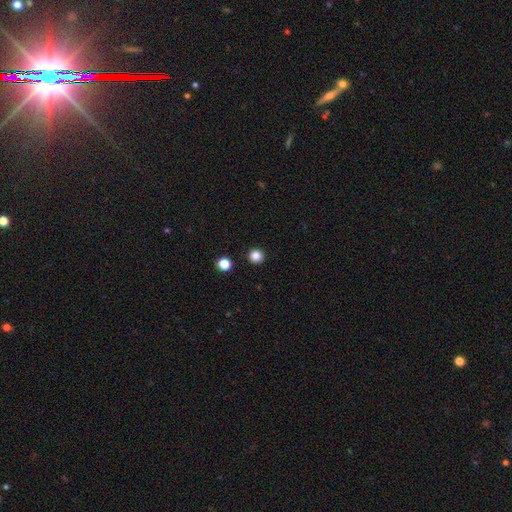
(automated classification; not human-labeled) A smooth galaxy with no disk features (85%) that is round (94%).

Vote fractions:
- Smooth or featured? smooth: 85% / star or artifact: 12% / featured or disk: 4%
- How rounded? round: 94% / in between: 5% / cigar-shaped: 1%
- Merging? none: 93% / minor disturbance: 4% / merger: 2% / major disturbance: 1%